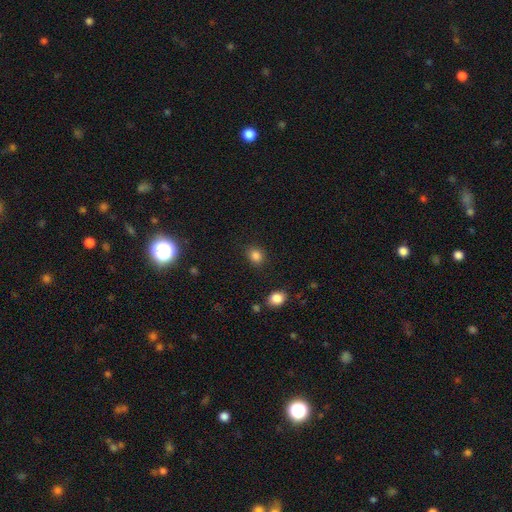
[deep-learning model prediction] smooth_or_featured: smooth (p=0.85) [alt: star or artifact p=0.11]
how_rounded: round (p=0.63) [alt: in between p=0.36]
merging: none (p=0.85) [alt: minor disturbance p=0.10]